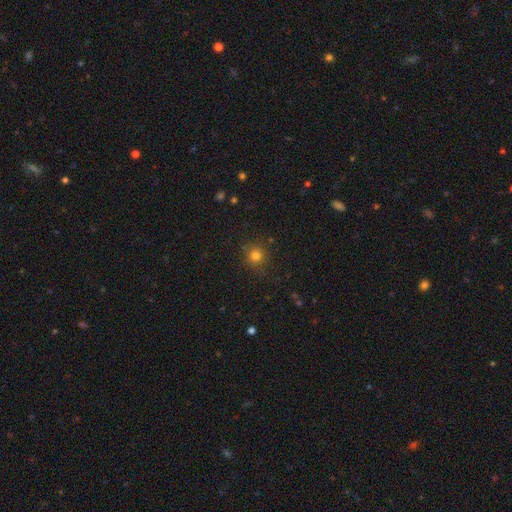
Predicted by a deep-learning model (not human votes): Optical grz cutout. It shows a smooth galaxy with no disk features (78%) that is round (92%). Merging: none (86%).